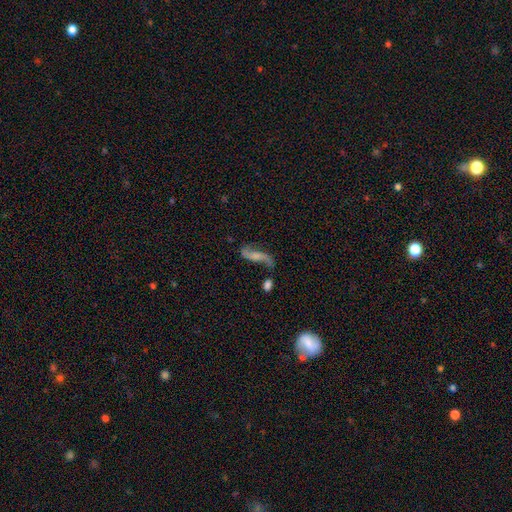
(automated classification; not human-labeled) The model was most divided on "bar": no: 55%, weak: 32%, strong: 13%. Remaining: spiral arms — yes (90%); spiral arm count — 2 (90%); spiral winding — loose (89%); edge-on disk — no (88%); smooth or featured — featured or disk (68%); merging — none (52%); bulge size — none (49%).